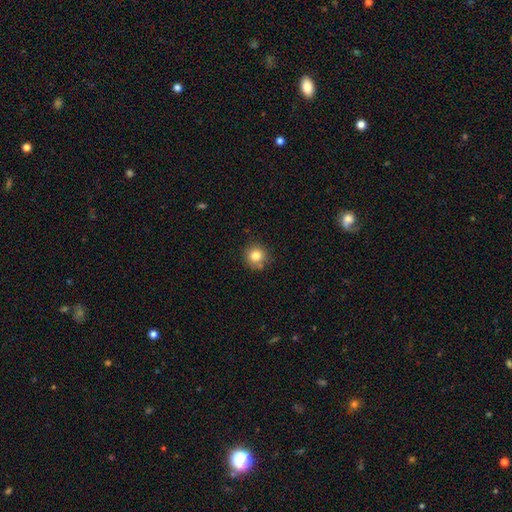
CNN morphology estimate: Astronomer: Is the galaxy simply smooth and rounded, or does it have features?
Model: smooth — 82%.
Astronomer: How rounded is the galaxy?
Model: round — 92%.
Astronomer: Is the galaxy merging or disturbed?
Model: none — 81%.